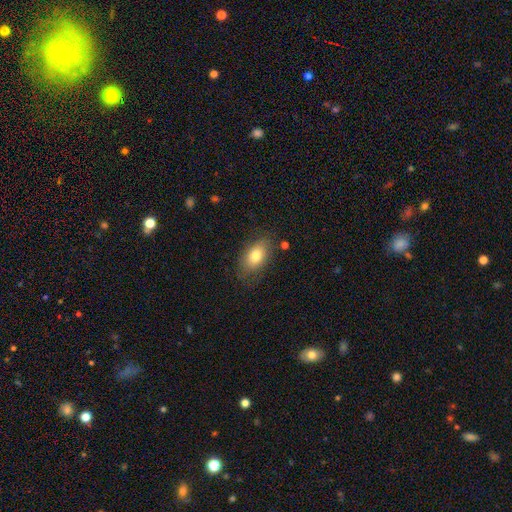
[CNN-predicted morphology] Q: Smooth or featured?
A: smooth (78%); runner-up: featured or disk (15%)
Q: How rounded?
A: in between (89%); runner-up: round (9%)
Q: Merging?
A: none (76%); runner-up: minor disturbance (17%)